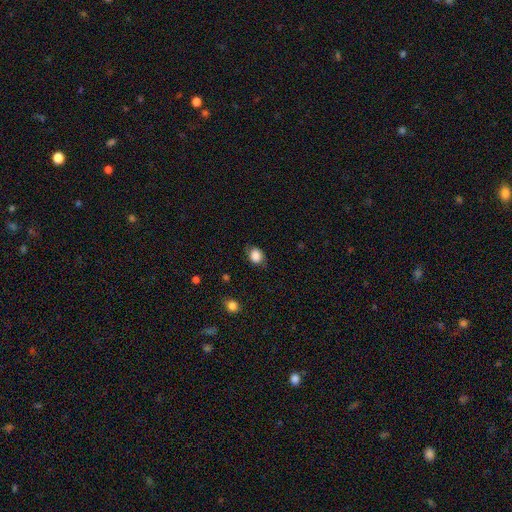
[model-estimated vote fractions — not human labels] Overall: smooth (85%). How rounded: round (50%; in between 49%). Merging: none (74%).